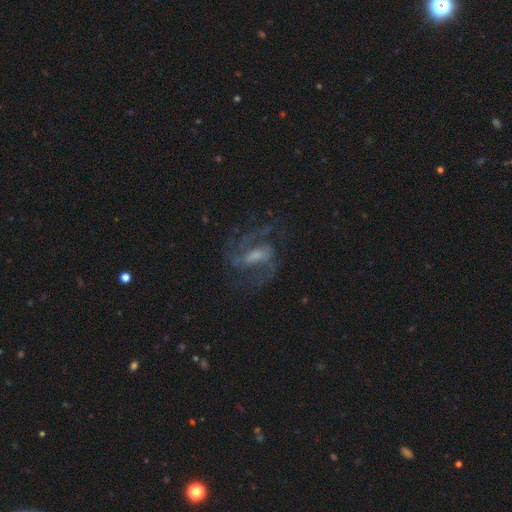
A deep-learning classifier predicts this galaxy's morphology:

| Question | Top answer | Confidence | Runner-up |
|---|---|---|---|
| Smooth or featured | featured or disk | 82% | smooth (9%) |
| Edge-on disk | no | 95% | yes (5%) |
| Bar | weak | 45% | strong (37%) |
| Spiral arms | yes | 92% | no (8%) |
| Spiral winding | medium | 54% | loose (29%) |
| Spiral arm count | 2 | 67% | can't tell (13%) |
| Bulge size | small | 39% | moderate (34%) |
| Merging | none | 63% | major disturbance (19%) |